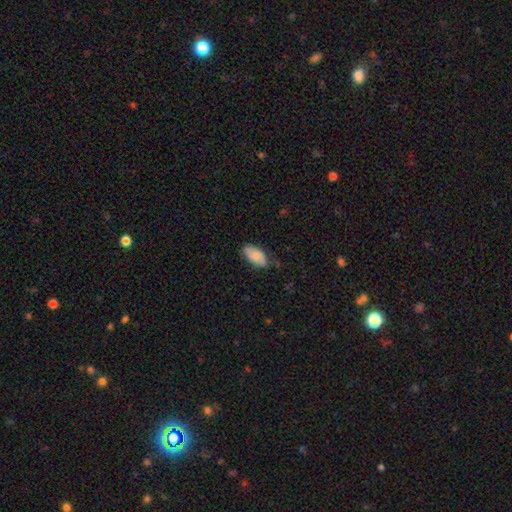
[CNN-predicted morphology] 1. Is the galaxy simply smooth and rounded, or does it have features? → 79% smooth, 15% featured or disk, 6% star or artifact.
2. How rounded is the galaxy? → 94% in between, 3% cigar-shaped, 3% round.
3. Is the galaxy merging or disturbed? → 74% none, 21% minor disturbance, 3% major disturbance, 1% merger.